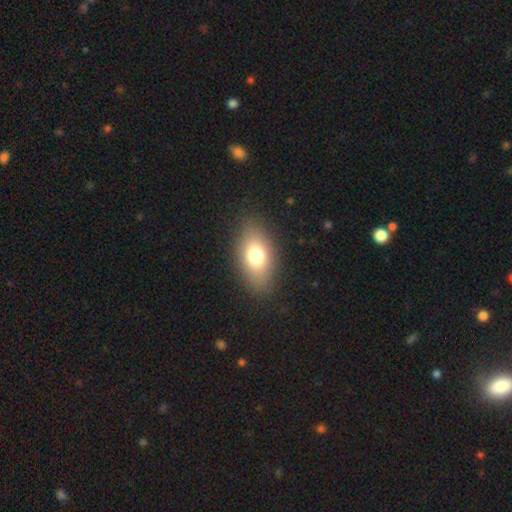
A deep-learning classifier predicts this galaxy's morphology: Smooth or featured? Predicted: smooth (p=0.75). How rounded? Predicted: in between (p=0.87). Merging? Predicted: none (p=0.85).